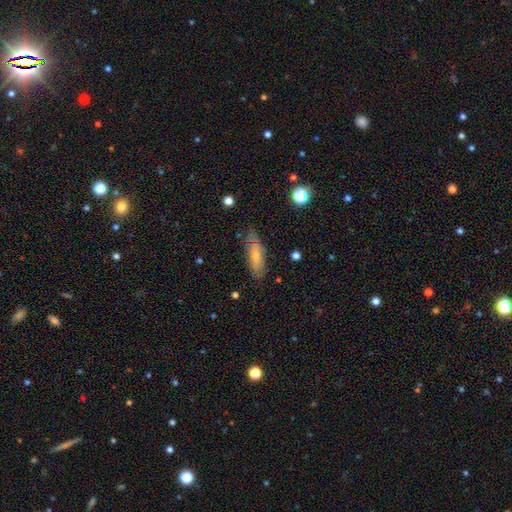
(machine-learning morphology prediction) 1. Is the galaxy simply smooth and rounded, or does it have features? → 63% smooth, 30% featured or disk, 7% star or artifact.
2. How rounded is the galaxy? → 51% in between, 46% cigar-shaped, 2% round.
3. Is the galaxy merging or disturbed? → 76% none, 18% minor disturbance, 4% major disturbance, 2% merger.